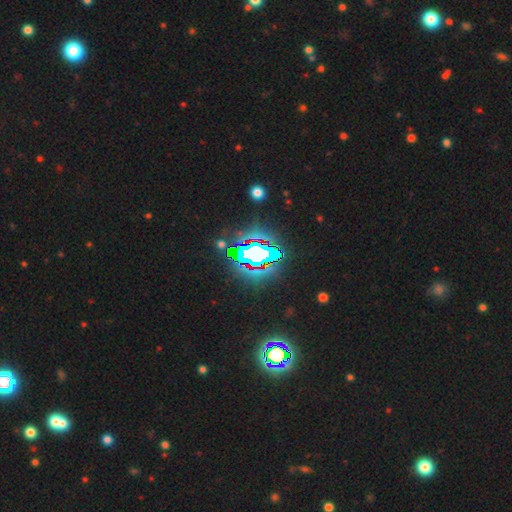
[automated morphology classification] smooth_or_featured: star or artifact (p=0.68) [alt: featured or disk p=0.16]